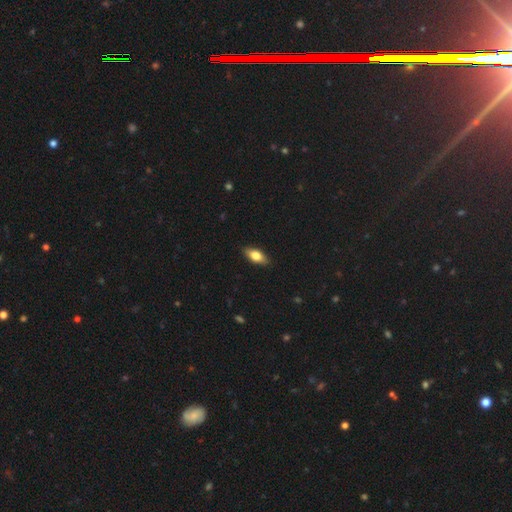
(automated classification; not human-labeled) smooth 75%, featured or disk 19%, star or artifact 6%. Down the decision tree: how rounded — in between (83%); merging — none (88%).